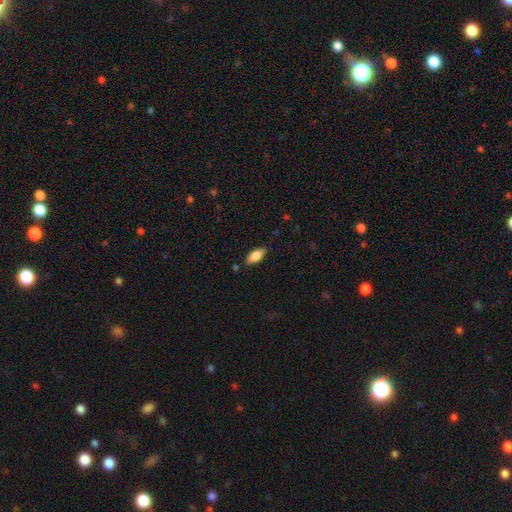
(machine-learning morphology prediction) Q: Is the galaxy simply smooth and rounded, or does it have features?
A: smooth — 76%.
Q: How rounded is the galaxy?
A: in between — 80%.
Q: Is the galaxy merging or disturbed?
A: none — 82%.